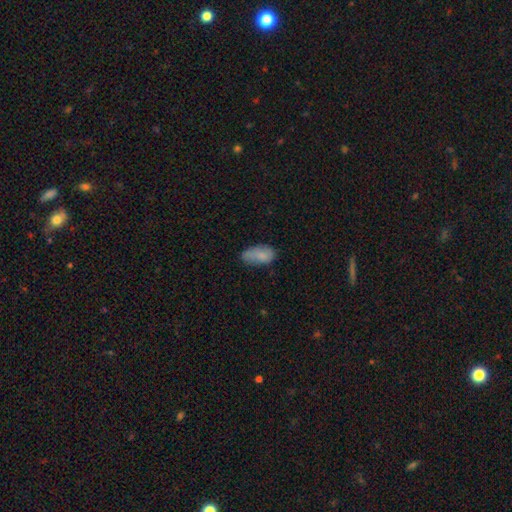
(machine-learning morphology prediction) Smooth or featured? Predicted: smooth (p=0.80). How rounded? Predicted: in between (p=0.92). Merging? Predicted: none (p=0.58).